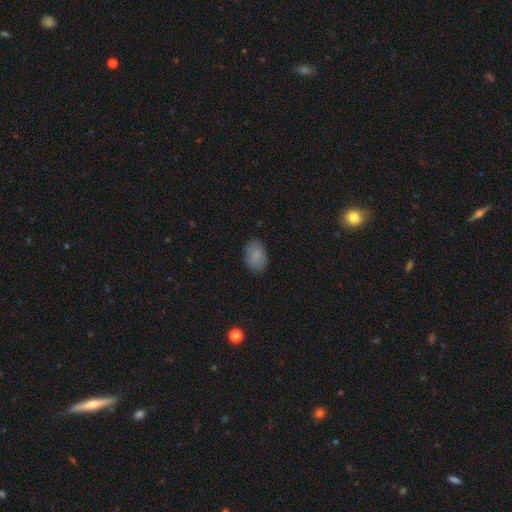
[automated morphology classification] smooth_or_featured: smooth (p=0.85) [alt: star or artifact p=0.08]
how_rounded: in between (p=0.85) [alt: round p=0.14]
merging: none (p=0.81) [alt: minor disturbance p=0.14]